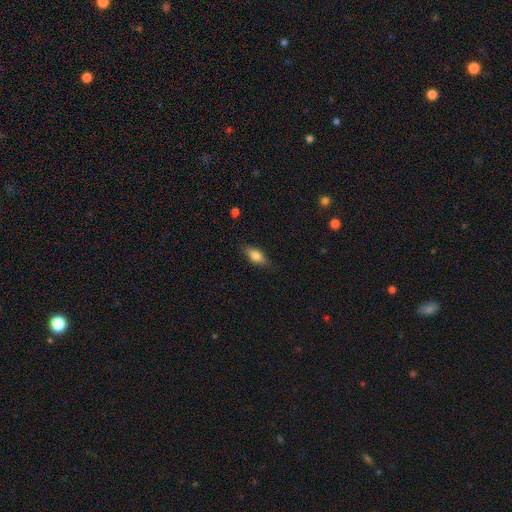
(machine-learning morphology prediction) Overall: smooth (78%). How rounded: in between (83%). Merging: none (82%).